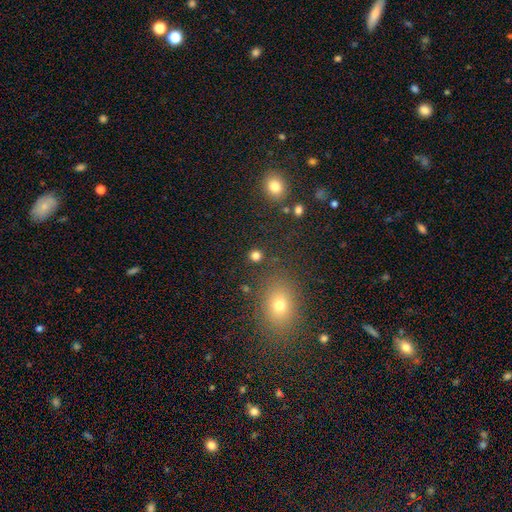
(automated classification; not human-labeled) This appears to be a smooth galaxy with no disk features (79%) that is round (86%). Merging: none (86%).